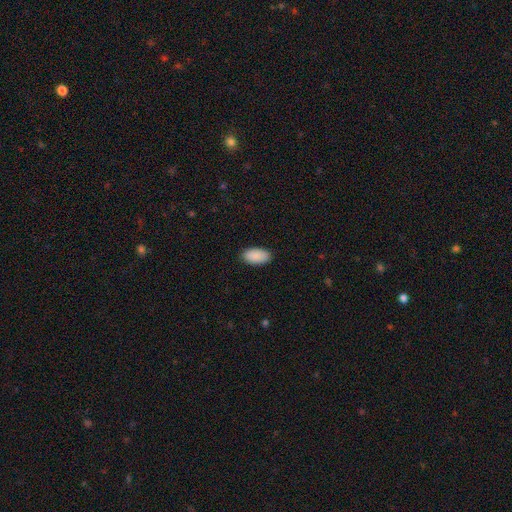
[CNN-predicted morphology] Overall: smooth (90%). How rounded: in between (95%). Merging: none (88%).